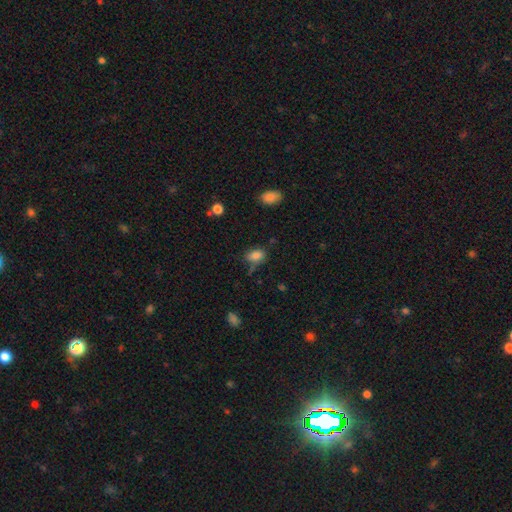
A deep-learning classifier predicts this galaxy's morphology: smooth 83%, star or artifact 11%, featured or disk 7%. Down the decision tree: how rounded — in between (85%); merging — none (61%).